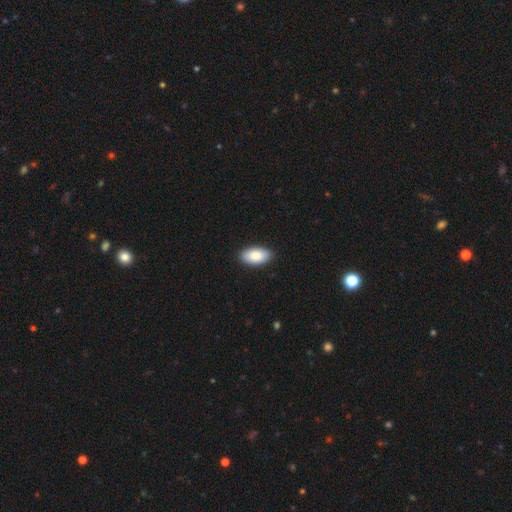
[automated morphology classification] A smooth galaxy with no disk features (85%) that is in between round and cigar-shaped (95%).

Vote fractions:
- Smooth or featured? smooth: 85% / featured or disk: 9% / star or artifact: 6%
- How rounded? in between: 95% / round: 3% / cigar-shaped: 3%
- Merging? none: 89% / minor disturbance: 8% / major disturbance: 2% / merger: 1%